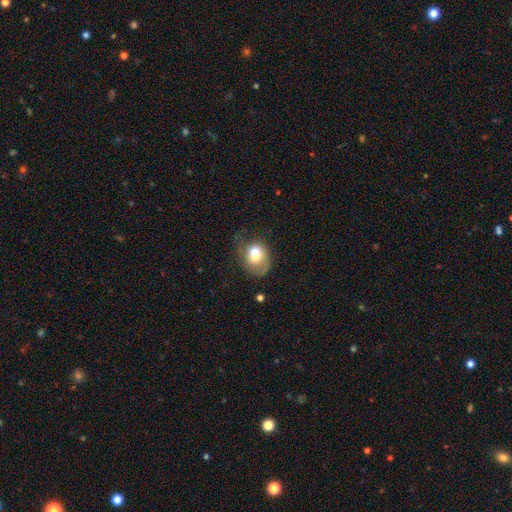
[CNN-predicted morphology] smooth_or_featured: smooth (p=0.58) [alt: featured or disk p=0.33]
how_rounded: in between (p=0.56) [alt: round p=0.42]
merging: none (p=0.34) [alt: minor disturbance p=0.27]